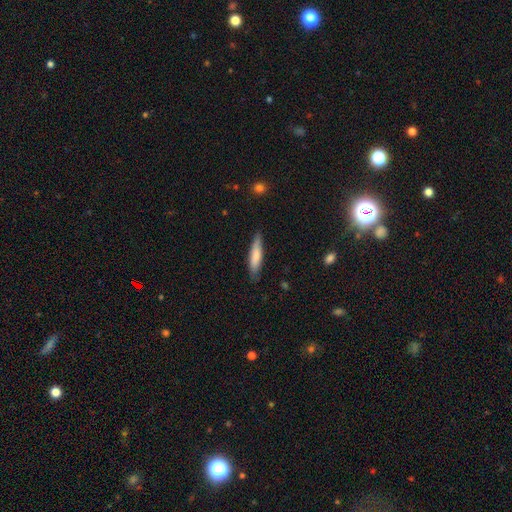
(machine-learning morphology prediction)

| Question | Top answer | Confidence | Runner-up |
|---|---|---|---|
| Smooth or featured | smooth | 76% | featured or disk (19%) |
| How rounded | cigar-shaped | 77% | in between (22%) |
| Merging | none | 79% | minor disturbance (17%) |